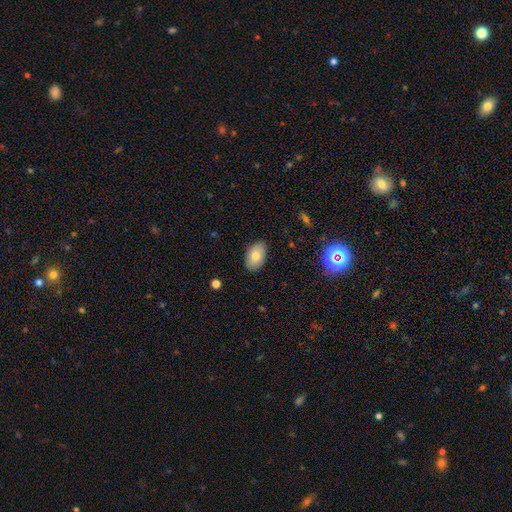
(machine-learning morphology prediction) This is likely a smooth galaxy (78%). How rounded: clearly in between (92%). Merging: clearly none (87%).